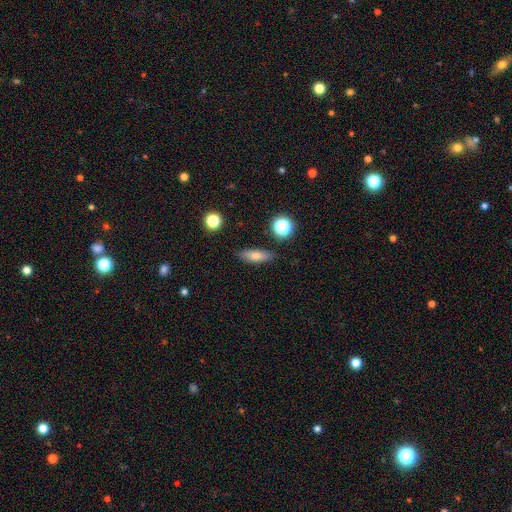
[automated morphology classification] This appears to be a smooth galaxy with no disk features (73%) that is in between round and cigar-shaped (55%). Merging: none (85%).